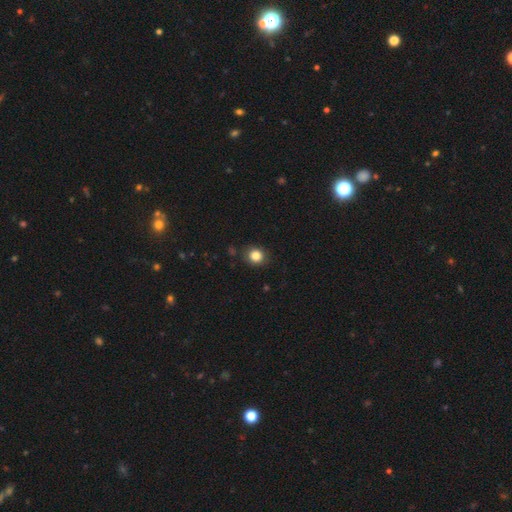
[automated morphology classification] Q: Smooth or featured?
A: smooth (84%); runner-up: star or artifact (11%)
Q: How rounded?
A: round (79%); runner-up: in between (20%)
Q: Merging?
A: none (87%); runner-up: minor disturbance (10%)